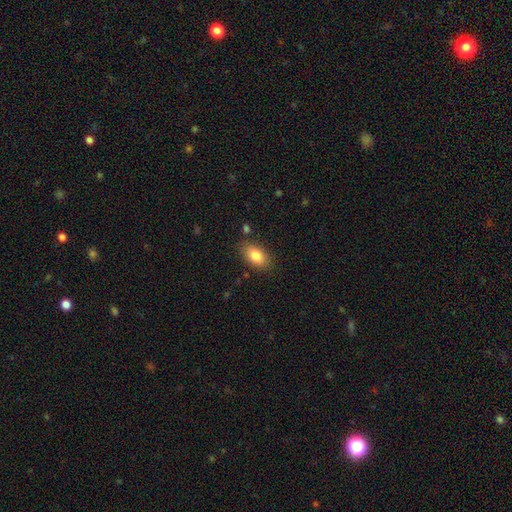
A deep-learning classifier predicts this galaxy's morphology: Smooth or featured?
  - smooth: 83% *
  - featured or disk: 10%
  - star or artifact: 8%
How rounded?
  - in between: 91% *
  - round: 7%
  - cigar-shaped: 2%
Merging?
  - none: 83% *
  - minor disturbance: 12%
  - major disturbance: 3%
  - merger: 2%